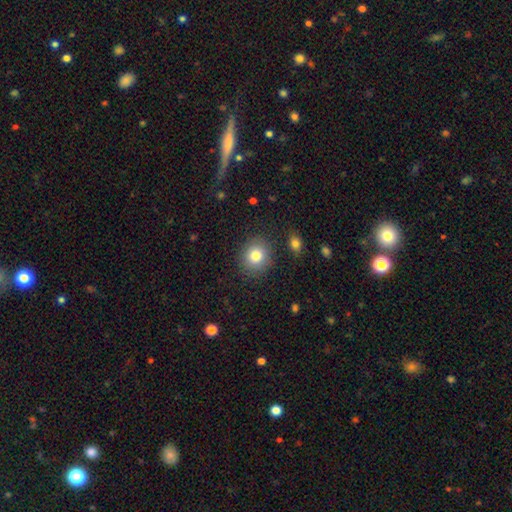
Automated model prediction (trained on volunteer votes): Smooth or featured?
  - smooth: 81% *
  - star or artifact: 10%
  - featured or disk: 9%
How rounded?
  - round: 76% *
  - in between: 23%
  - cigar-shaped: 1%
Merging?
  - none: 86% *
  - minor disturbance: 9%
  - major disturbance: 3%
  - merger: 2%